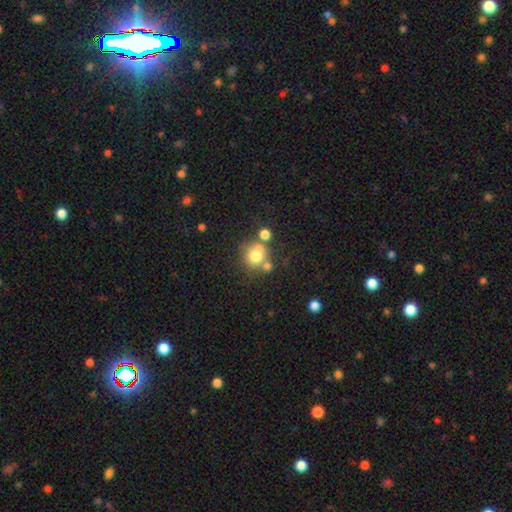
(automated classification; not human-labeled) Smooth or featured? smooth (73%)
How rounded? round (87%)
Merging? none (56%)